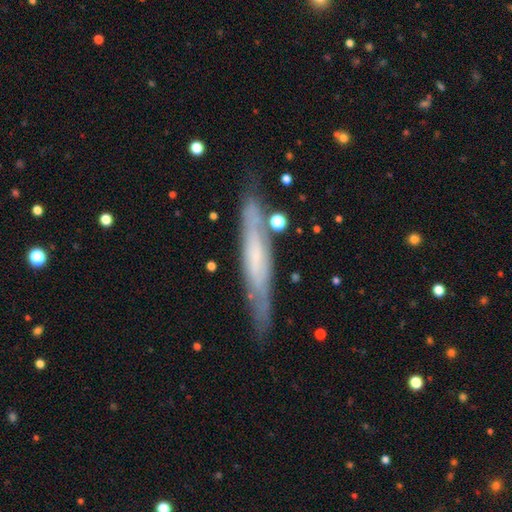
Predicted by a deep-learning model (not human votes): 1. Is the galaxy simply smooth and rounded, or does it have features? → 59% featured or disk, 34% smooth, 7% star or artifact.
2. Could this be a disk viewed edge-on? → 79% yes, 21% no.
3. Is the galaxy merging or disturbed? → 78% none, 15% minor disturbance, 4% major disturbance, 3% merger.